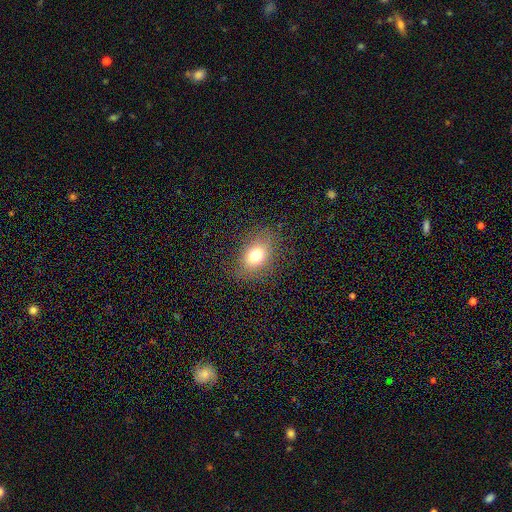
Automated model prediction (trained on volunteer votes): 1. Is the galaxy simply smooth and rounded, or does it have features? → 74% smooth, 13% featured or disk, 13% star or artifact.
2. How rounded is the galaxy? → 72% in between, 27% round, 2% cigar-shaped.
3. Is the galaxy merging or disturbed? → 79% none, 14% minor disturbance, 6% major disturbance, 1% merger.